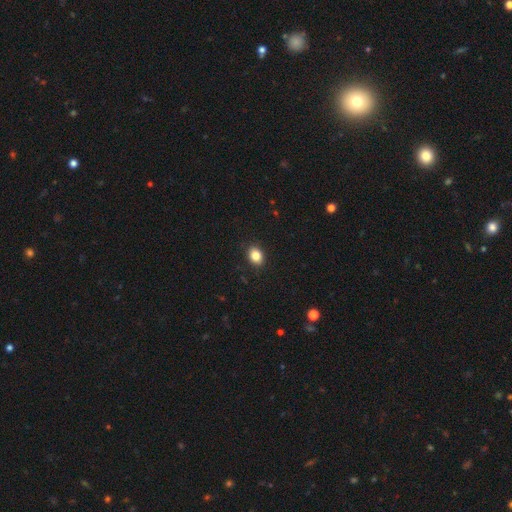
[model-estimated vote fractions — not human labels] Q: Smooth or featured?
A: smooth (84%); runner-up: star or artifact (10%)
Q: How rounded?
A: in between (60%); runner-up: round (39%)
Q: Merging?
A: none (89%); runner-up: minor disturbance (8%)